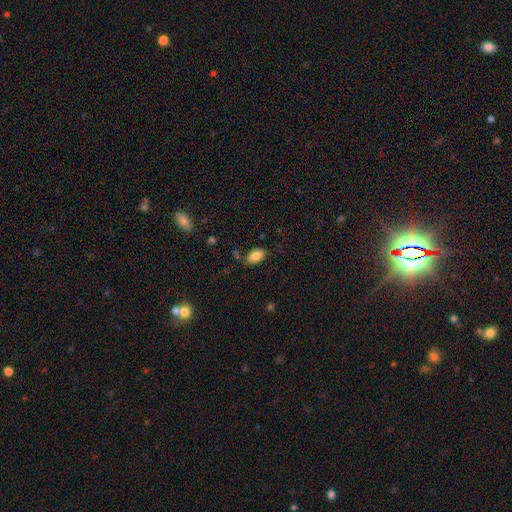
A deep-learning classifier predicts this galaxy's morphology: Q: Smooth or featured?
A: smooth (85%); runner-up: star or artifact (8%)
Q: How rounded?
A: in between (92%); runner-up: round (6%)
Q: Merging?
A: none (76%); runner-up: minor disturbance (16%)